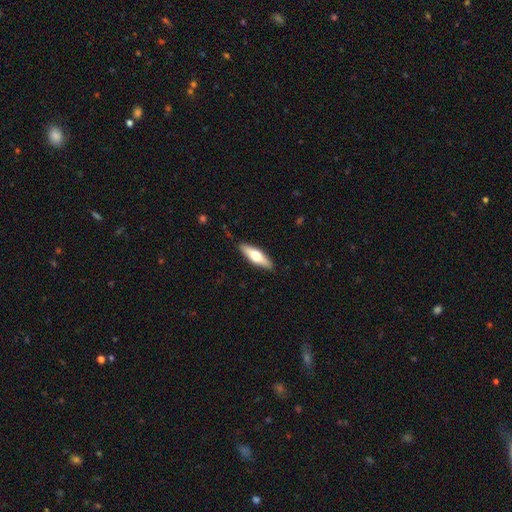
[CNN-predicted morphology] smooth 53%, featured or disk 42%, star or artifact 5%. Down the decision tree: how rounded — cigar-shaped (53%); merging — none (89%).